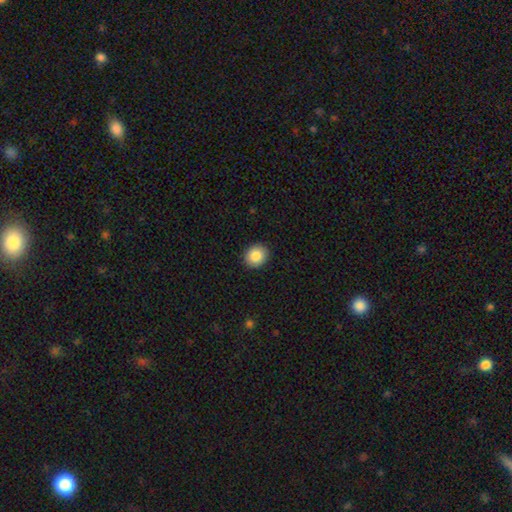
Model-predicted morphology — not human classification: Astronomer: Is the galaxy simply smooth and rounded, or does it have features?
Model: smooth — 87%.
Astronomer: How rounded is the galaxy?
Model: round — 70%.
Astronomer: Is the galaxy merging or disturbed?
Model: none — 91%.